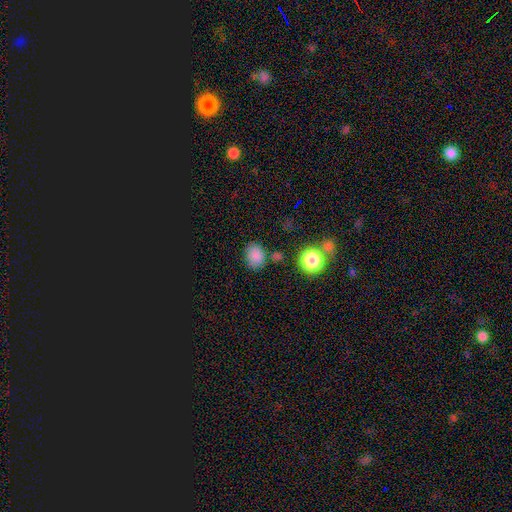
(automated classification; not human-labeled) Q: Smooth or featured?
A: smooth (83%); runner-up: star or artifact (12%)
Q: How rounded?
A: in between (52%); runner-up: round (47%)
Q: Merging?
A: none (74%); runner-up: minor disturbance (14%)